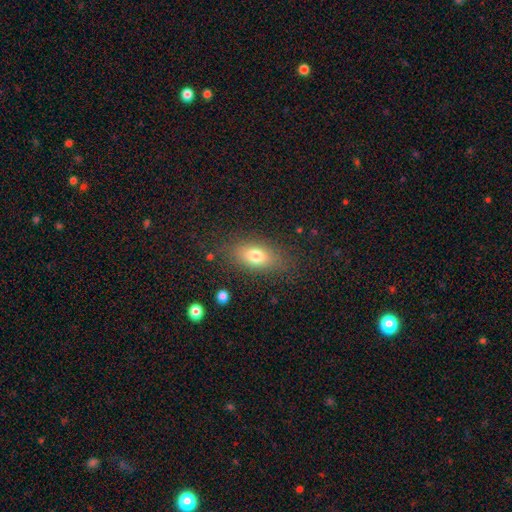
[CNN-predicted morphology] A smooth galaxy with no disk features (75%) that is in between round and cigar-shaped (83%). Merging: none (79%).